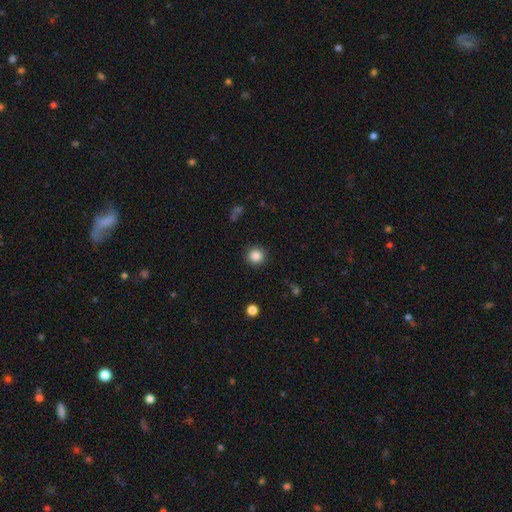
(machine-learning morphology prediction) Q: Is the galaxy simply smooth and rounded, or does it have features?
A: smooth — 86%.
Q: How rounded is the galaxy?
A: round — 94%.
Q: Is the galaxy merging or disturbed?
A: none — 91%.